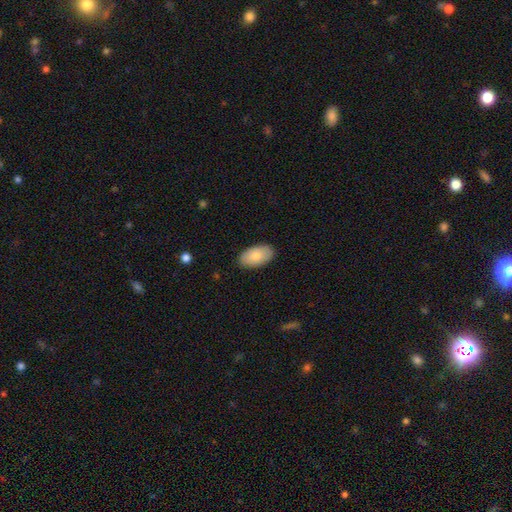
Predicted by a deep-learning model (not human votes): Smooth or featured?
  - smooth: 83% *
  - featured or disk: 11%
  - star or artifact: 6%
How rounded?
  - in between: 95% *
  - round: 4%
  - cigar-shaped: 1%
Merging?
  - none: 88% *
  - minor disturbance: 10%
  - major disturbance: 2%
  - merger: 1%